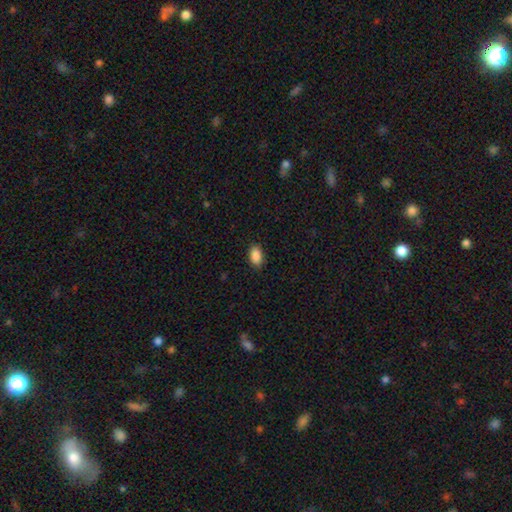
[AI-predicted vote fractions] Smooth or featured? Predicted: smooth (p=0.89). How rounded? Predicted: in between (p=0.91). Merging? Predicted: none (p=0.87).